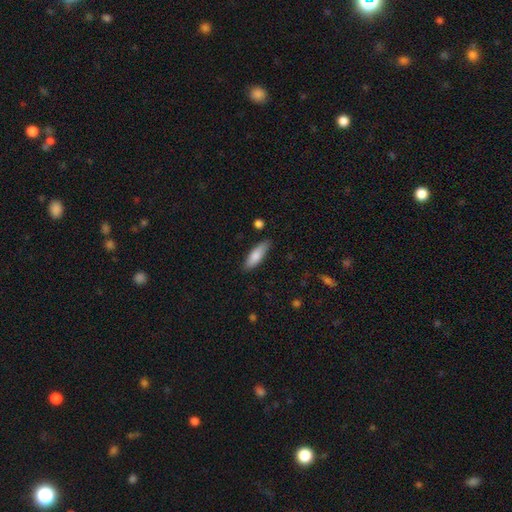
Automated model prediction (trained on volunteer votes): Smooth or featured? Predicted: smooth (p=0.80). How rounded? Predicted: cigar-shaped (p=0.51). Merging? Predicted: none (p=0.84).